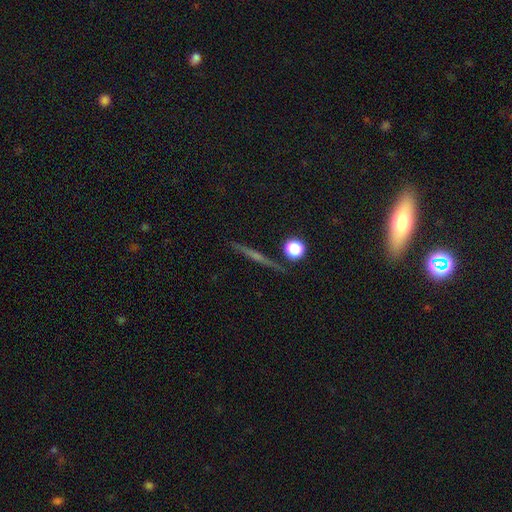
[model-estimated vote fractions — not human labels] The model was most divided on "edge-on bulge": rounded: 50%, none: 40%, boxy: 10%. More confident: edge-on disk — yes (97%); merging — none (90%); smooth or featured — featured or disk (62%).